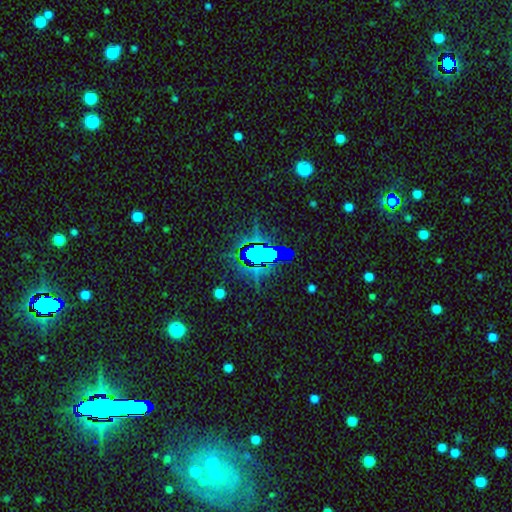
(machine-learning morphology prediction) Overall: star or artifact (71%).